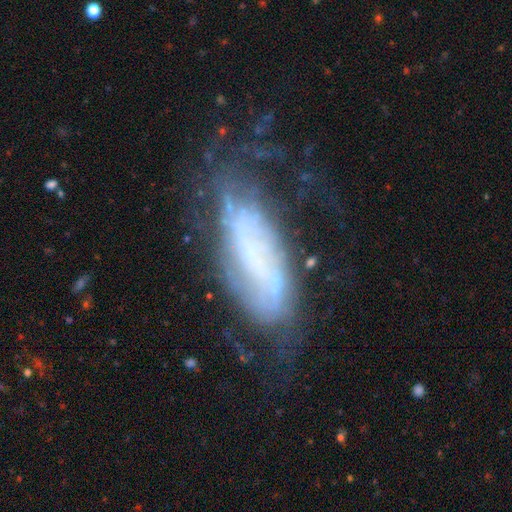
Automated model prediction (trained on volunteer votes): This is likely a featured or disk galaxy (65%). It is clearly not viewed edge-on (85%). Bar: possibly no (55%). Spiral arm pattern: likely yes (69%). Central bulge: possibly none (57%). Merging: possibly none (47%).